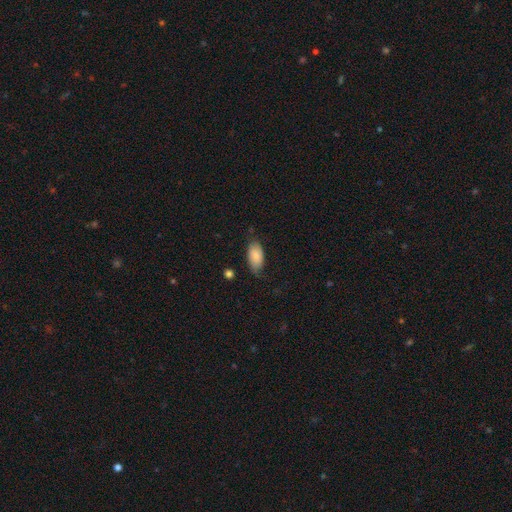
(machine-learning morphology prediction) Smooth or featured? Predicted: smooth (p=0.84). How rounded? Predicted: in between (p=0.94). Merging? Predicted: none (p=0.66).